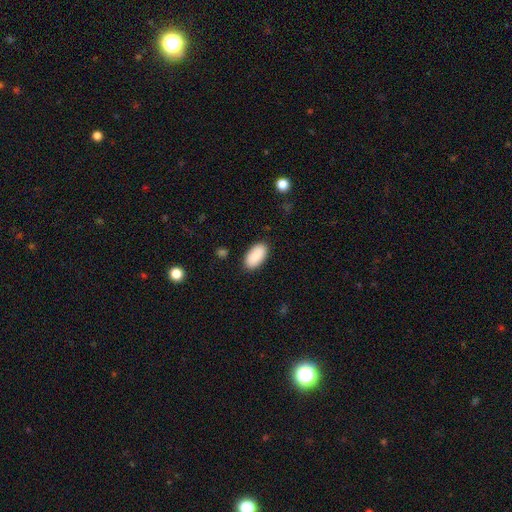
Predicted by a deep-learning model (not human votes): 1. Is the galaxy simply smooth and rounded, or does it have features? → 90% smooth, 6% star or artifact, 4% featured or disk.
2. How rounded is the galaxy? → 95% in between, 2% round, 2% cigar-shaped.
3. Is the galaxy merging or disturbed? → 88% none, 9% minor disturbance, 2% major disturbance, 1% merger.